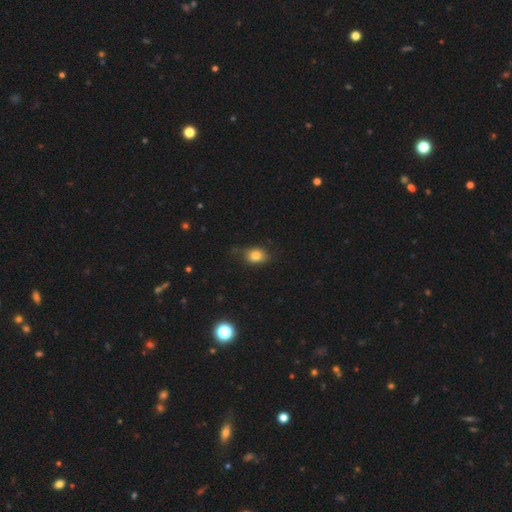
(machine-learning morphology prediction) This appears to be a smooth galaxy with no disk features (79%) that is in between round and cigar-shaped (66%). Merging: none (67%).